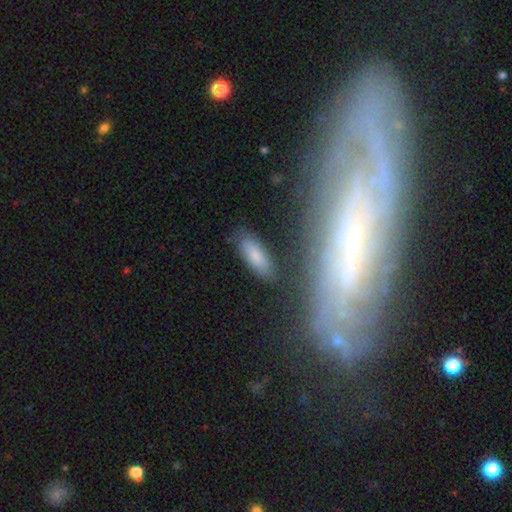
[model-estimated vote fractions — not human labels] Smooth or featured: smooth — 76% (featured or disk — 16%)
How rounded: in between — 73% (cigar-shaped — 25%)
Merging: none — 81% (minor disturbance — 12%)